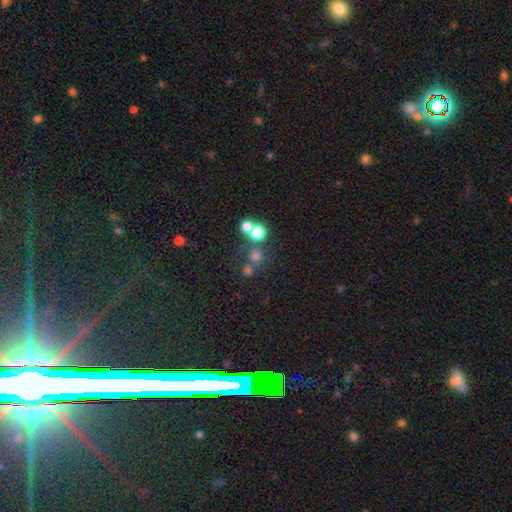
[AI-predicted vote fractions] Morphology: type=smooth (62%); roundness=round (90%); merging=none (62%).